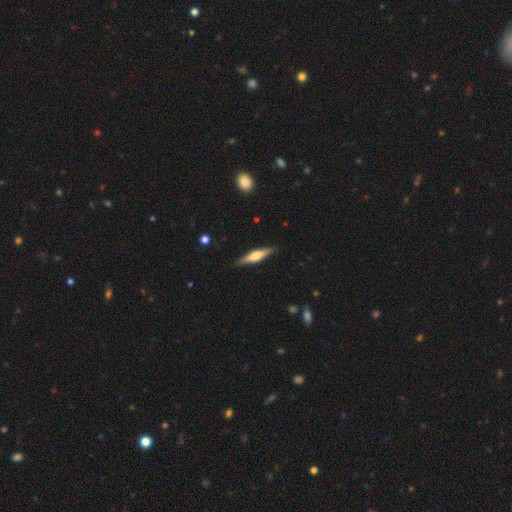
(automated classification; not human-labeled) A featured or disk galaxy (62%) viewed edge-on (96%) with a rounded central bulge (86%). Merging: none (88%).